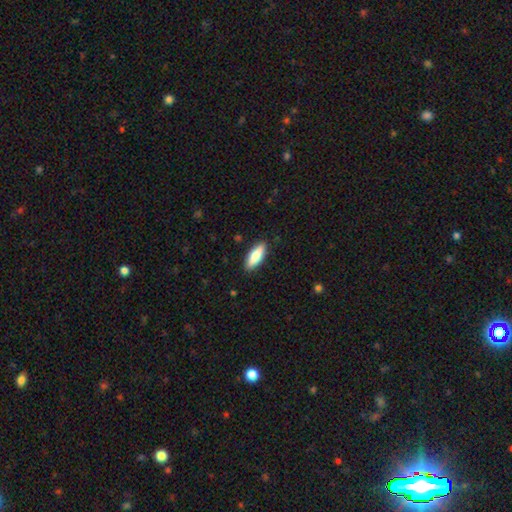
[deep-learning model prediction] Smooth or featured? Predicted: smooth (p=0.74). How rounded? Predicted: in between (p=0.61). Merging? Predicted: none (p=0.89).